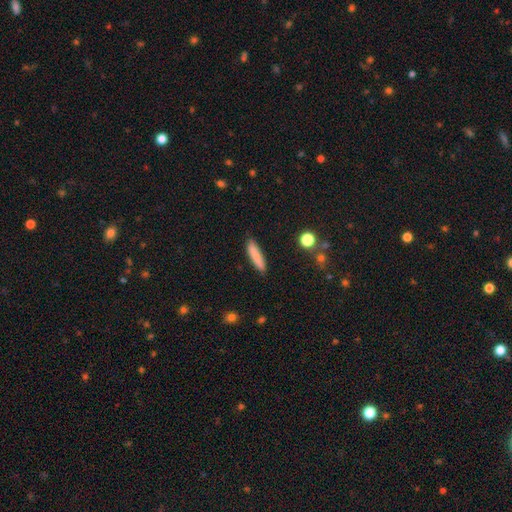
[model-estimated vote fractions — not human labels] A smooth galaxy with no disk features (84%) that is cigar-shaped (84%).

Vote fractions:
- Smooth or featured? smooth: 84% / featured or disk: 9% / star or artifact: 7%
- How rounded? cigar-shaped: 84% / in between: 14% / round: 2%
- Merging? none: 88% / minor disturbance: 9% / major disturbance: 2% / merger: 1%